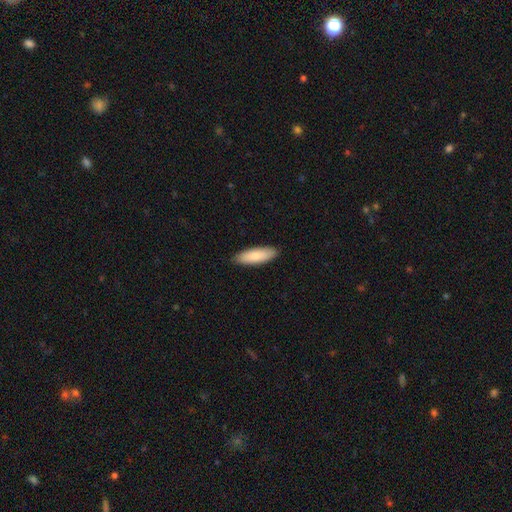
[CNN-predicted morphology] A smooth galaxy with no disk features (86%) that is in between round and cigar-shaped (51%). Merging: none (89%).